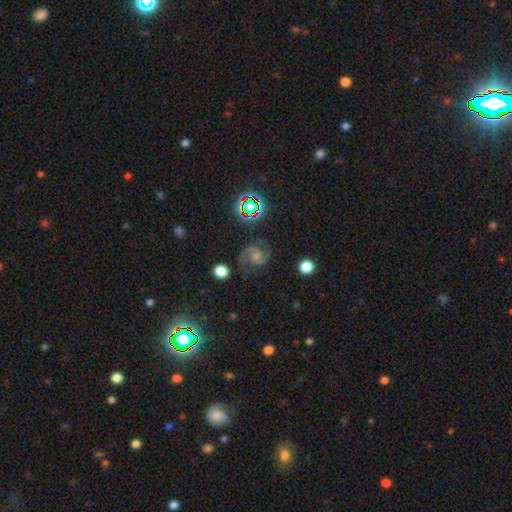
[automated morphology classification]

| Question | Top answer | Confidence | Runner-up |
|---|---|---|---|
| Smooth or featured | featured or disk | 81% | star or artifact (10%) |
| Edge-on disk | no | 98% | yes (2%) |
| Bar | no | 53% | weak (37%) |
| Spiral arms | yes | 97% | no (3%) |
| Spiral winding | medium | 60% | loose (23%) |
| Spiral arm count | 2 | 92% | can't tell (3%) |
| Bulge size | small | 40% | none (26%) |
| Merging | none | 71% | minor disturbance (16%) |